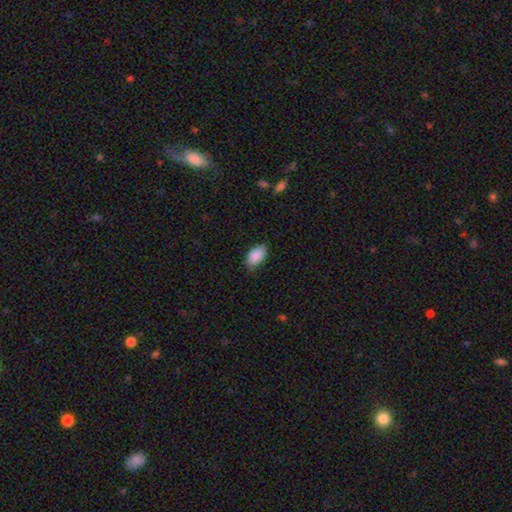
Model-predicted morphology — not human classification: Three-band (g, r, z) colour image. It shows a smooth galaxy with no disk features (89%) that is in between round and cigar-shaped (94%). Merging: none (75%).